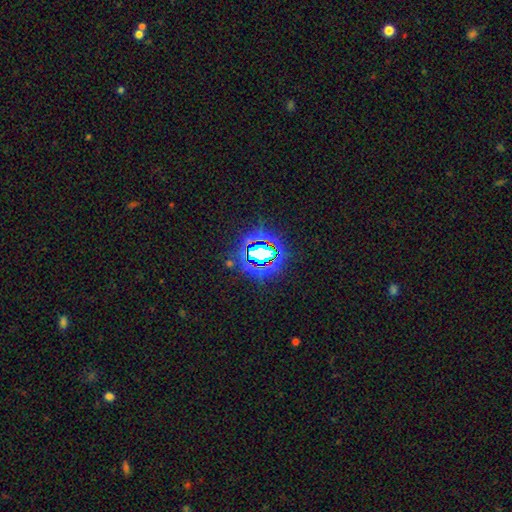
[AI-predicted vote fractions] Smooth or featured: star or artifact — 80% (smooth — 12%)